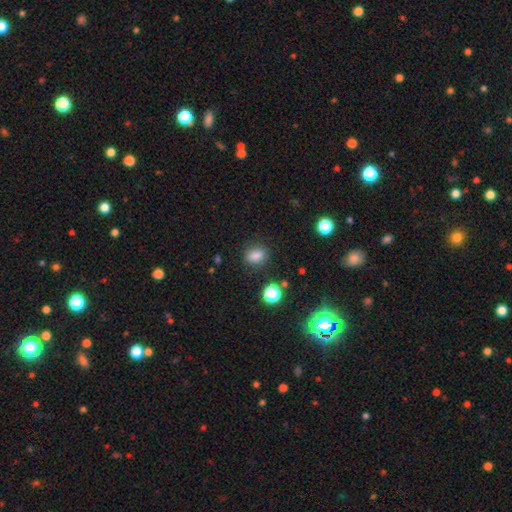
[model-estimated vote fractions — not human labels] This appears to be a smooth galaxy with no disk features (82%) that is in between round and cigar-shaped (60%). Merging: none (84%).